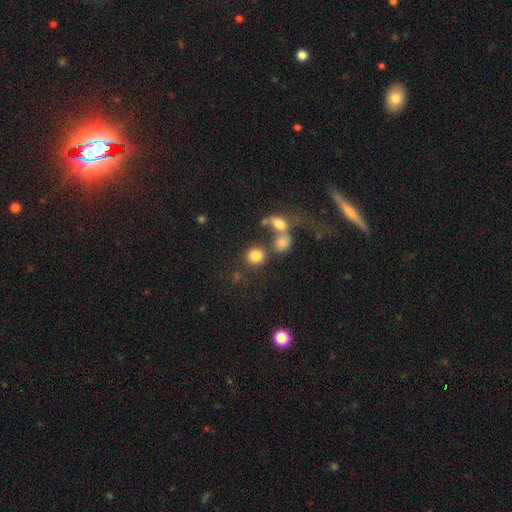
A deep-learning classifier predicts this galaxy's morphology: smooth_or_featured: smooth (p=0.81) [alt: star or artifact p=0.11]
how_rounded: round (p=0.84) [alt: in between p=0.14]
merging: none (p=0.58) [alt: merger p=0.25]